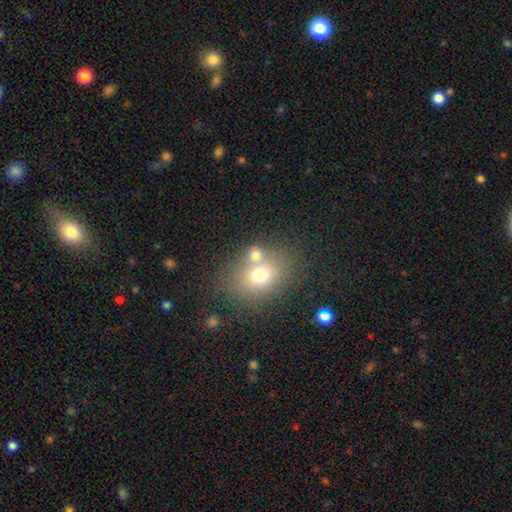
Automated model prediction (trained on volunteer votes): Smooth or featured?
  - smooth: 68% *
  - featured or disk: 18%
  - star or artifact: 14%
How rounded?
  - in between: 51% *
  - round: 48%
  - cigar-shaped: 1%
Merging?
  - none: 47% *
  - merger: 37%
  - minor disturbance: 11%
  - major disturbance: 6%